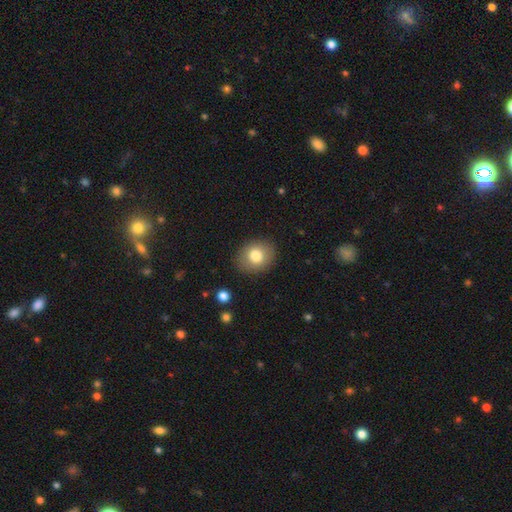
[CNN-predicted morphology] This appears to be a smooth galaxy with no disk features (80%) that is round (55%). Merging: none (87%).